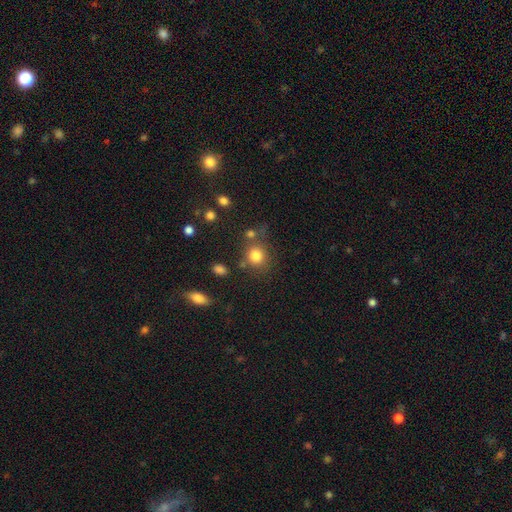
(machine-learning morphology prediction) The model was most divided on "merging": none: 68%, minor disturbance: 13%, merger: 13%, major disturbance: 6%. More confident: smooth or featured — smooth (81%); how rounded — round (80%).